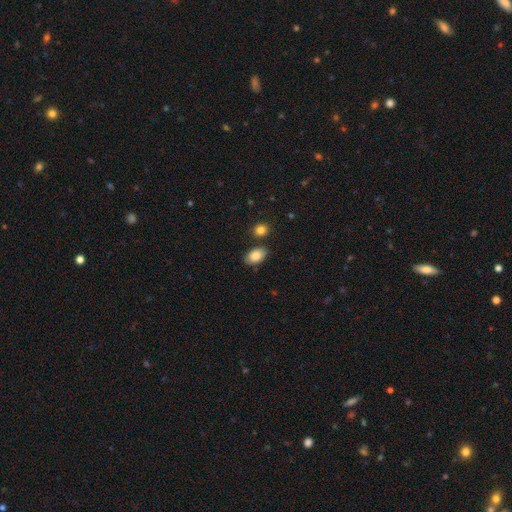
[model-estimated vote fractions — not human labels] A smooth galaxy with no disk features (86%) that is in between round and cigar-shaped (89%).

Vote fractions:
- Smooth or featured? smooth: 86% / featured or disk: 7% / star or artifact: 7%
- How rounded? in between: 89% / round: 10% / cigar-shaped: 1%
- Merging? none: 78% / minor disturbance: 13% / merger: 6% / major disturbance: 3%